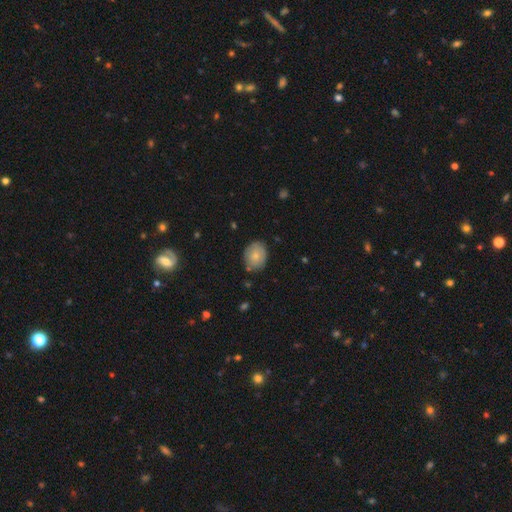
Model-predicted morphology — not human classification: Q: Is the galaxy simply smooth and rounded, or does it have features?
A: smooth — 76%.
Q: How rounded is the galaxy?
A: in between — 53%.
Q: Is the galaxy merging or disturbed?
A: none — 80%.